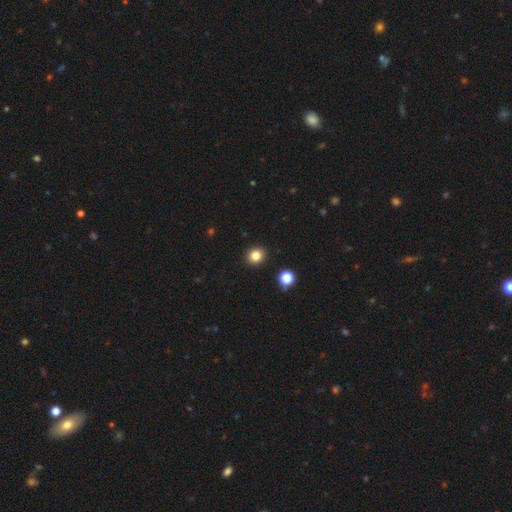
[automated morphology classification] Q: Smooth or featured?
A: smooth (82%); runner-up: star or artifact (13%)
Q: How rounded?
A: round (87%); runner-up: in between (12%)
Q: Merging?
A: none (92%); runner-up: minor disturbance (5%)